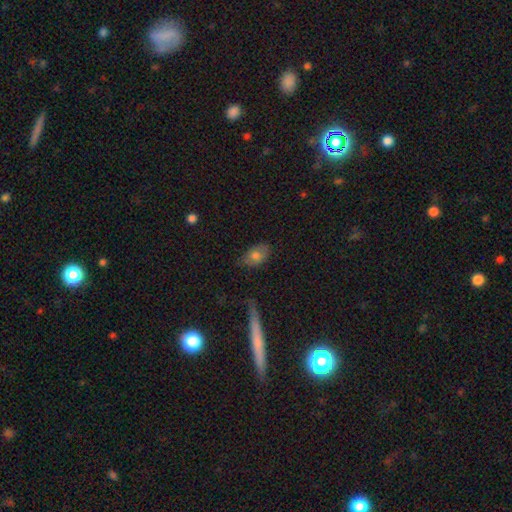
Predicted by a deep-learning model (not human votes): smooth-or-featured: smooth: 75% | featured or disk: 17% | star or artifact: 8%
  how-rounded: in between: 88% | round: 10% | cigar-shaped: 2%
  merging: none: 67% | minor disturbance: 25% | major disturbance: 5% | merger: 2%